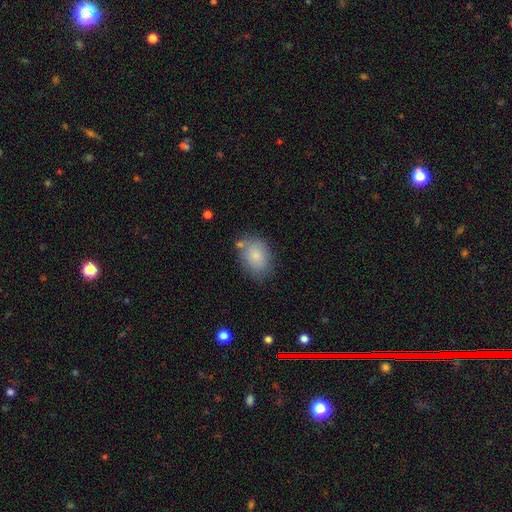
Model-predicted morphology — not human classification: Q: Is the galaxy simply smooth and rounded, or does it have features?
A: smooth — 82%.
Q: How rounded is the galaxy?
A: in between — 76%.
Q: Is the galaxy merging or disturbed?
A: none — 70%.